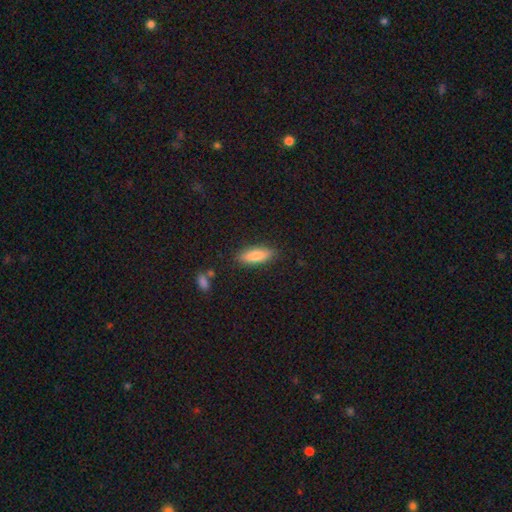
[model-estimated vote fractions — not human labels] This is clearly a smooth galaxy (80%). How rounded: possibly in between (58%). Merging: clearly none (86%).